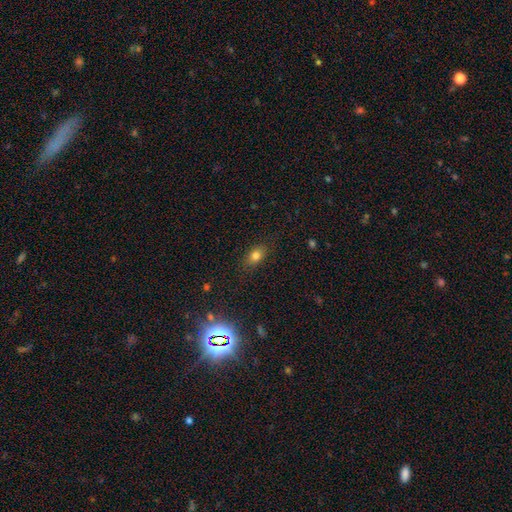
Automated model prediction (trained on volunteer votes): Q: Smooth or featured?
A: smooth (77%); runner-up: star or artifact (13%)
Q: How rounded?
A: in between (79%); runner-up: round (18%)
Q: Merging?
A: none (83%); runner-up: minor disturbance (12%)